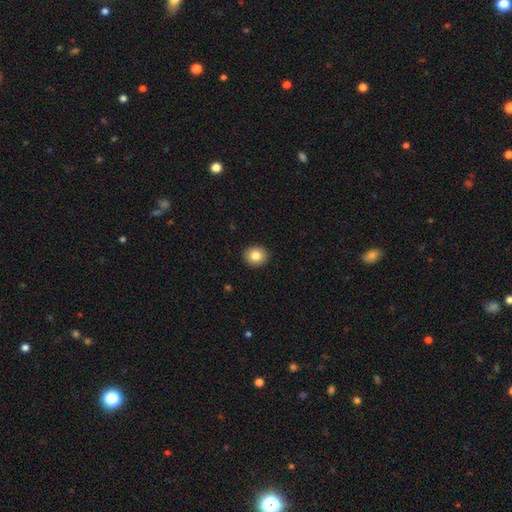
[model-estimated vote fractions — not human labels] Q: Smooth or featured?
A: smooth (83%); runner-up: star or artifact (9%)
Q: How rounded?
A: round (73%); runner-up: in between (27%)
Q: Merging?
A: none (92%); runner-up: minor disturbance (6%)